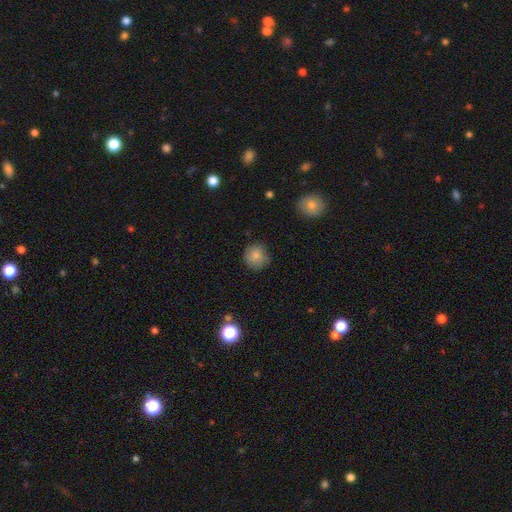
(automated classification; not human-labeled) This appears to be a smooth galaxy with no disk features (83%) that is round (90%). Merging: none (78%).